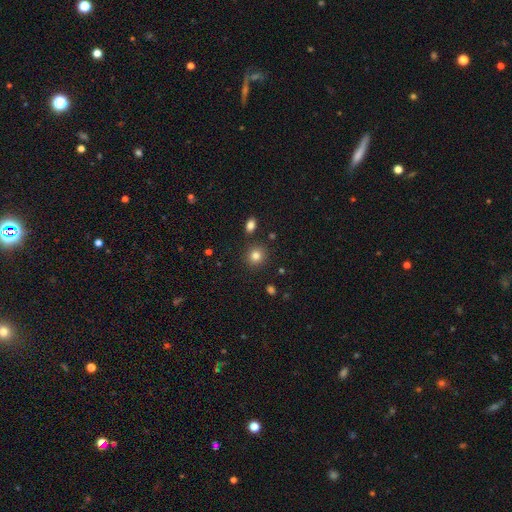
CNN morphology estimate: The model was most divided on "smooth or featured": smooth: 83%, star or artifact: 11%, featured or disk: 6%. More confident: merging — none (87%); how rounded — round (86%).